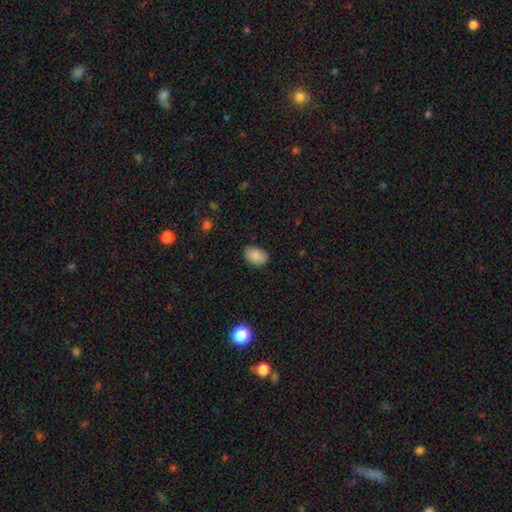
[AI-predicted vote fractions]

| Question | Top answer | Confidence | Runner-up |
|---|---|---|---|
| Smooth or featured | smooth | 88% | star or artifact (8%) |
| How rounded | in between | 84% | round (15%) |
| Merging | none | 84% | minor disturbance (12%) |